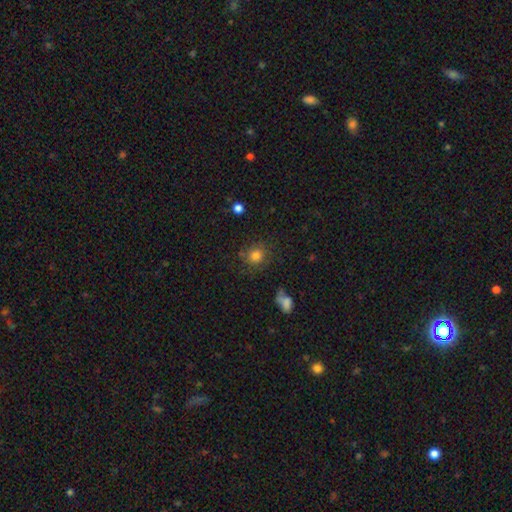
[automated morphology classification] Smooth or featured: smooth — 77% (star or artifact — 13%)
How rounded: round — 85% (in between — 14%)
Merging: none — 78% (minor disturbance — 13%)